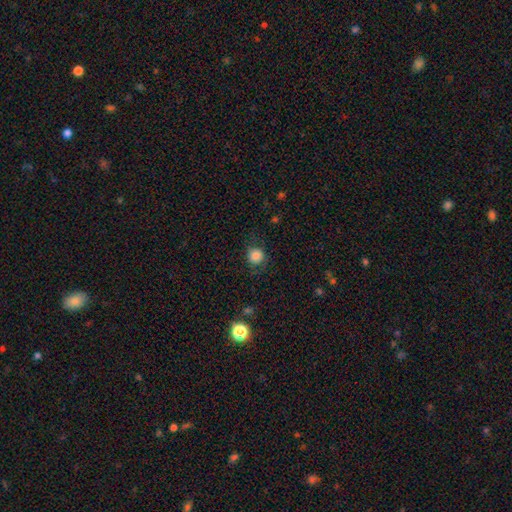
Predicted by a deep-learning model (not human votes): smooth 84%, star or artifact 11%, featured or disk 5%. Down the decision tree: how rounded — round (90%); merging — none (79%).